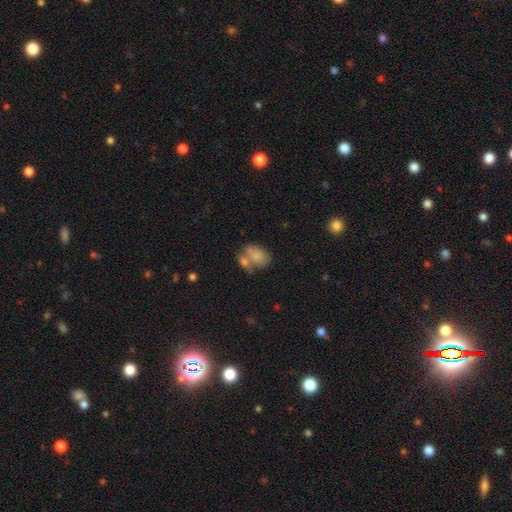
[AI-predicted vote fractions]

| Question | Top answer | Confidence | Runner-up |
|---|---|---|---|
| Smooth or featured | smooth | 74% | featured or disk (17%) |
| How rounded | in between | 78% | round (21%) |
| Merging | merger | 49% | none (31%) |